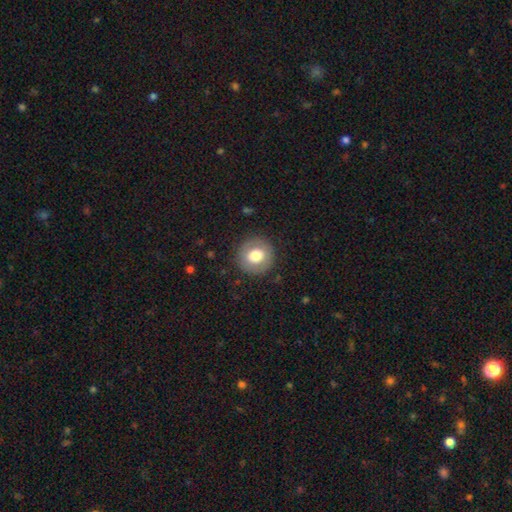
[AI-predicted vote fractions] smooth 69%, featured or disk 23%, star or artifact 8%. Down the decision tree: how rounded — round (93%); merging — none (87%).